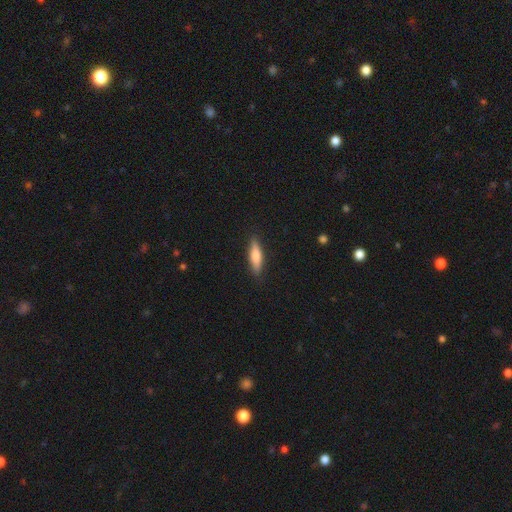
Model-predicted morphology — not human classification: This appears to be a smooth galaxy with no disk features (70%) that is cigar-shaped (68%). Merging: none (88%).